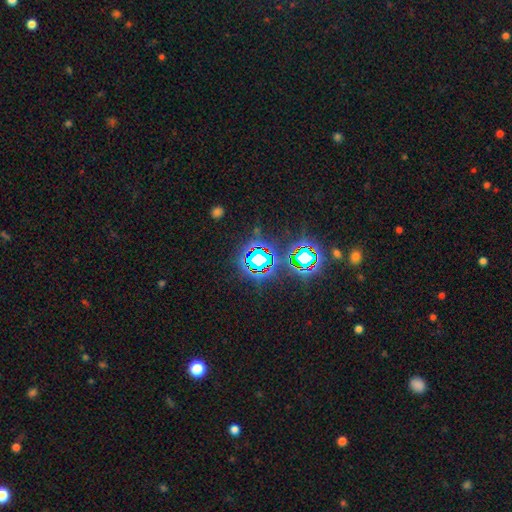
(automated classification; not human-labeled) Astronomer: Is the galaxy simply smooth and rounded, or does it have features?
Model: star or artifact — 80%.